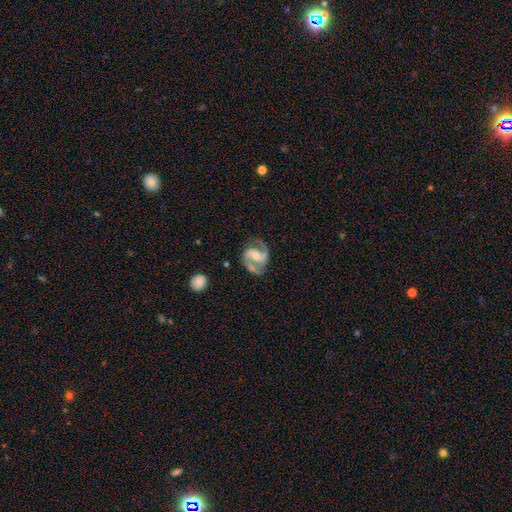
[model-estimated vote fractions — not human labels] featured or disk 91%, smooth 5%, star or artifact 5%. Down the decision tree: edge-on disk — no (98%); bar — weak (41%); spiral arms — yes (98%); spiral arm count — 2 (93%); spiral winding — medium (62%); bulge size — moderate (53%); merging — none (75%).